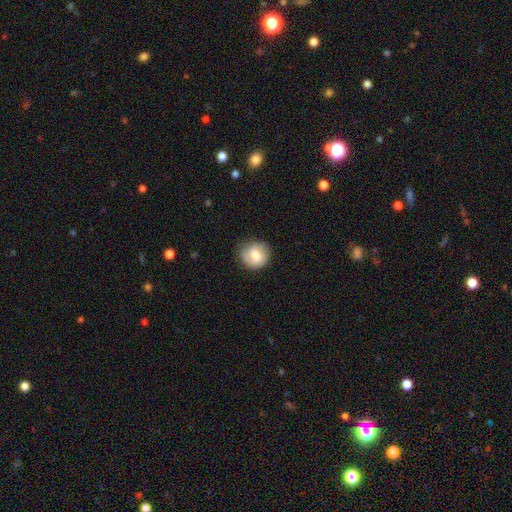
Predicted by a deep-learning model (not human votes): Smooth or featured? Predicted: smooth (p=0.59). How rounded? Predicted: round (p=0.86). Merging? Predicted: none (p=0.76).